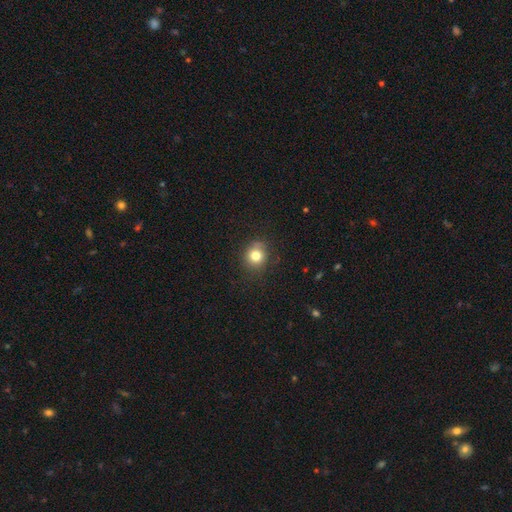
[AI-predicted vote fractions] Smooth or featured? smooth (79%)
How rounded? round (85%)
Merging? none (80%)